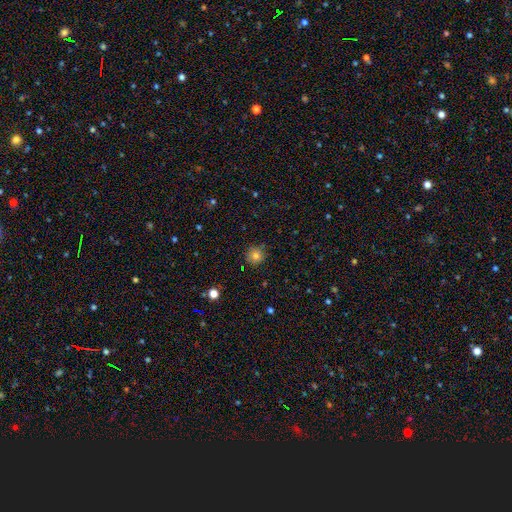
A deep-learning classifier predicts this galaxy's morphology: Overall: smooth (78%). How rounded: round (94%). Merging: none (87%).